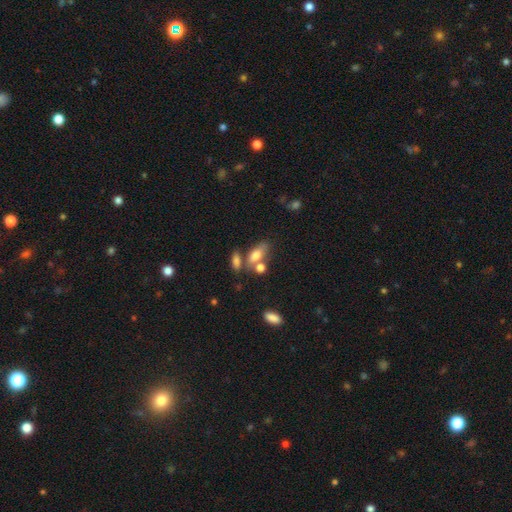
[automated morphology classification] Smooth or featured? Predicted: smooth (p=0.74). How rounded? Predicted: in between (p=0.79). Merging? Predicted: none (p=0.46).